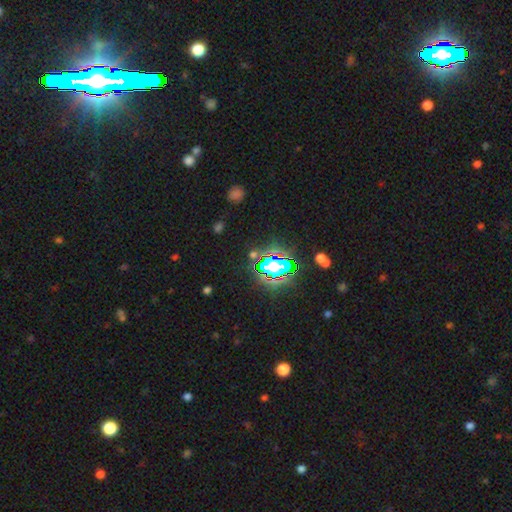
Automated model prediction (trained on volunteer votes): star or artifact 73%, smooth 18%, featured or disk 9%.